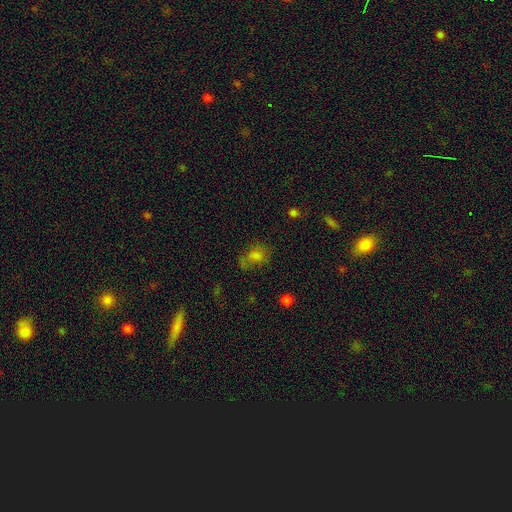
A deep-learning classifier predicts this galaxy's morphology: Smooth or featured? Predicted: smooth (p=0.64). How rounded? Predicted: in between (p=0.64). Merging? Predicted: none (p=0.54).